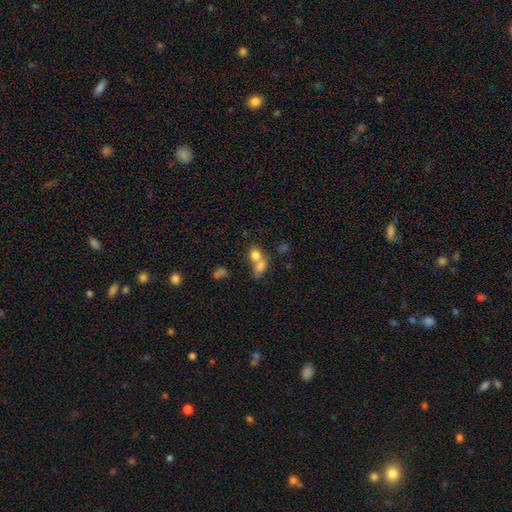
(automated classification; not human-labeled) This is likely a smooth galaxy (76%). How rounded: possibly round (54%). Merging: likely merger (62%).